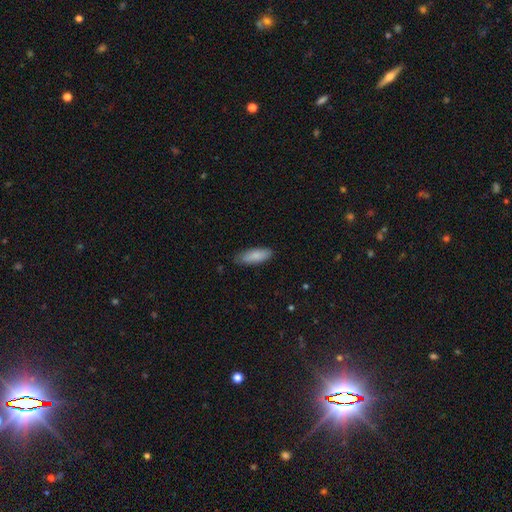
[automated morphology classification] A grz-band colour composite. It shows a smooth galaxy with no disk features (86%) that is in between round and cigar-shaped (65%). Merging: none (78%).